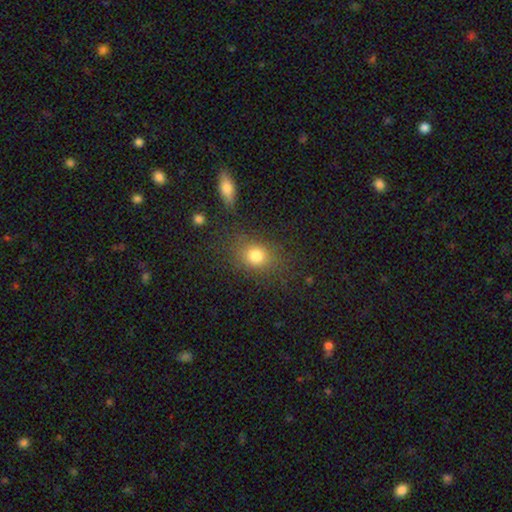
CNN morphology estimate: This appears to be a smooth galaxy with no disk features (79%) that is round (54%). Merging: none (77%).